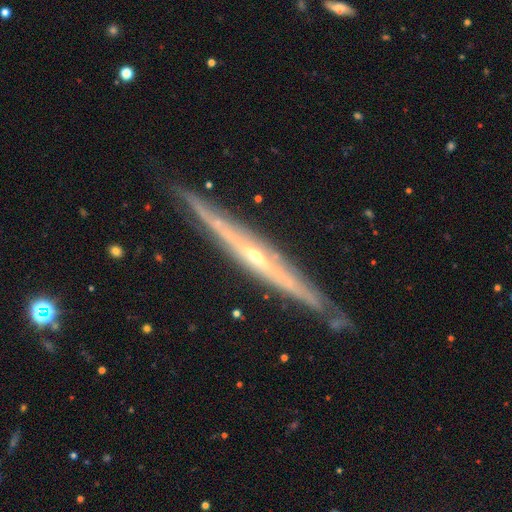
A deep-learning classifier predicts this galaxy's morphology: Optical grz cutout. It shows a featured or disk galaxy (86%) viewed edge-on (96%) with a rounded central bulge (65%). Merging: none (85%).